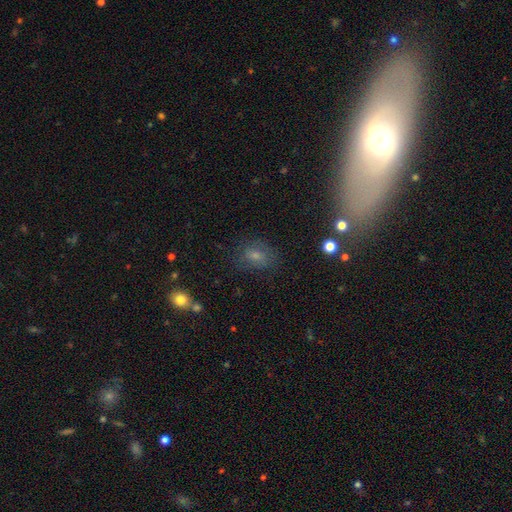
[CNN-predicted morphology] Overall: smooth (62%). How rounded: in between (66%; round 31%). Merging: none (67%).